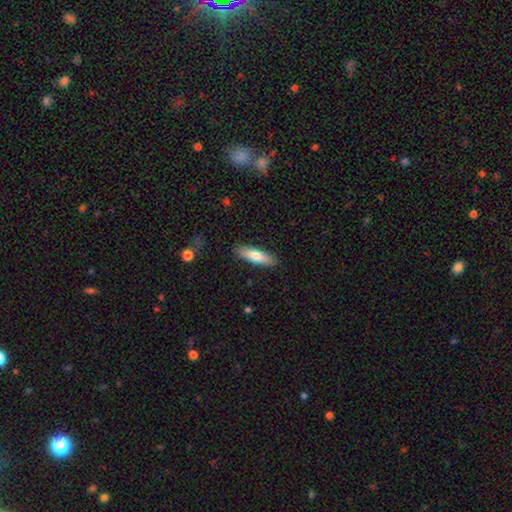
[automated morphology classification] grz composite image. It shows a smooth galaxy with no disk features (73%) that is cigar-shaped (59%). Merging: none (88%).